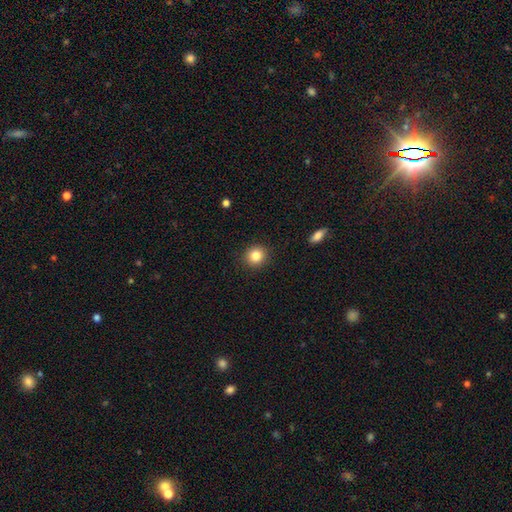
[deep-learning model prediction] Q: Smooth or featured?
A: smooth (84%); runner-up: star or artifact (10%)
Q: How rounded?
A: round (89%); runner-up: in between (10%)
Q: Merging?
A: none (91%); runner-up: minor disturbance (6%)